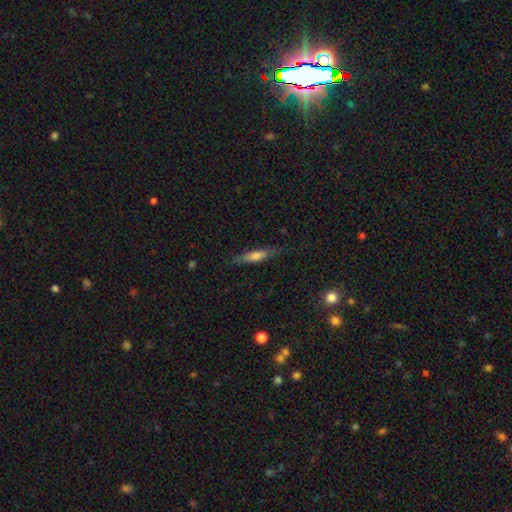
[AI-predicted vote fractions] The model was most divided on "smooth or featured": smooth: 55%, featured or disk: 37%, star or artifact: 8%. More confident: how rounded — cigar-shaped (81%); merging — none (80%).